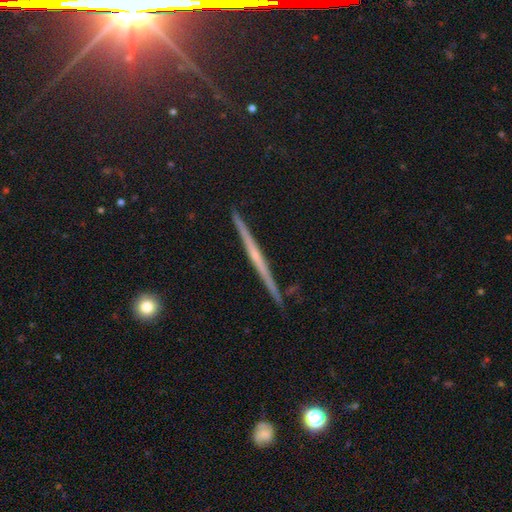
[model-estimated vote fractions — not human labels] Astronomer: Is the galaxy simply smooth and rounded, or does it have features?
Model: featured or disk — 68%.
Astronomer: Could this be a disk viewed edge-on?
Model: yes — 98%.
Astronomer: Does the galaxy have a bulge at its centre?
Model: none — 65%.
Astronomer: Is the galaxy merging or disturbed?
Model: none — 91%.